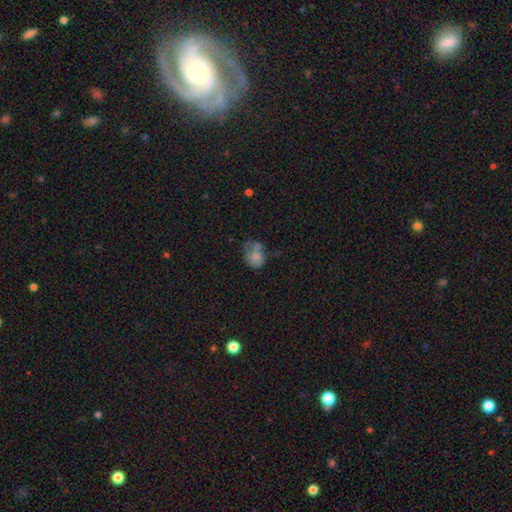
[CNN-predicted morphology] Q: Smooth or featured?
A: smooth (62%); runner-up: featured or disk (25%)
Q: How rounded?
A: in between (62%); runner-up: round (37%)
Q: Merging?
A: major disturbance (32%); runner-up: none (27%)